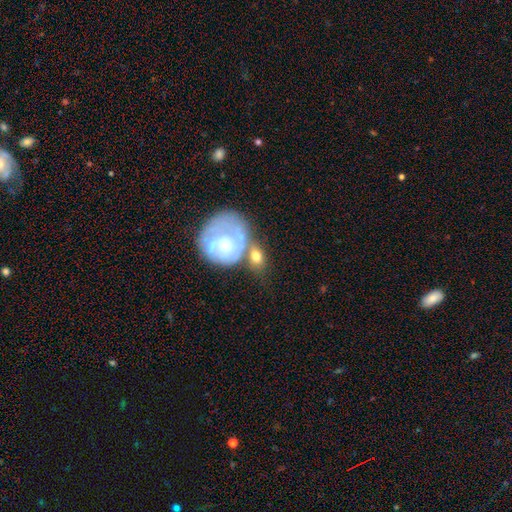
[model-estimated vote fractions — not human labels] Overall: smooth (51%; featured or disk 42%). How rounded: round (55%; in between 43%). Merging: none (39%; merger 29%).